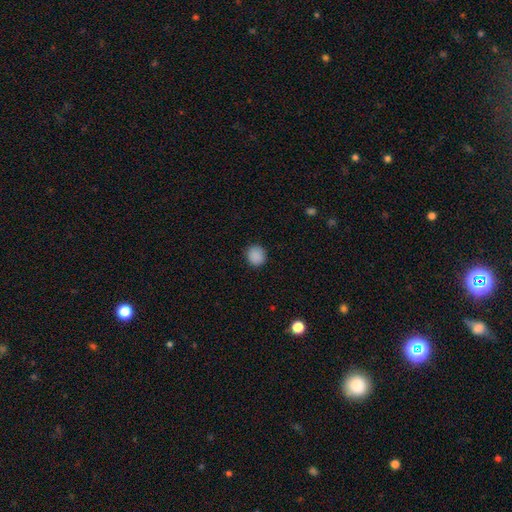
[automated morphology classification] type=smooth (89%); roundness=round (87%); merging=none (89%).